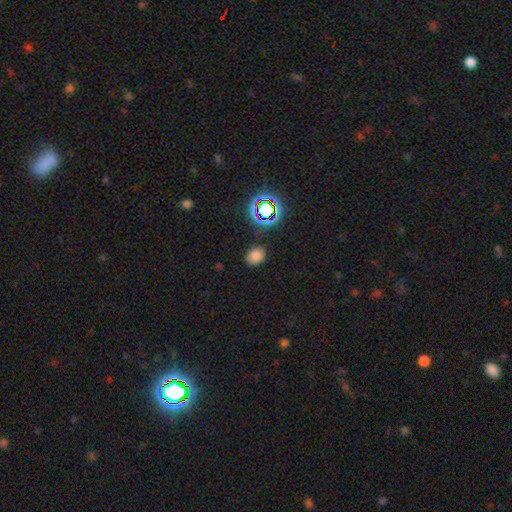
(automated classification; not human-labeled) Smooth or featured?
  - smooth: 73% *
  - star or artifact: 21%
  - featured or disk: 5%
How rounded?
  - in between: 62% *
  - round: 37%
  - cigar-shaped: 1%
Merging?
  - none: 84% *
  - minor disturbance: 11%
  - major disturbance: 3%
  - merger: 2%